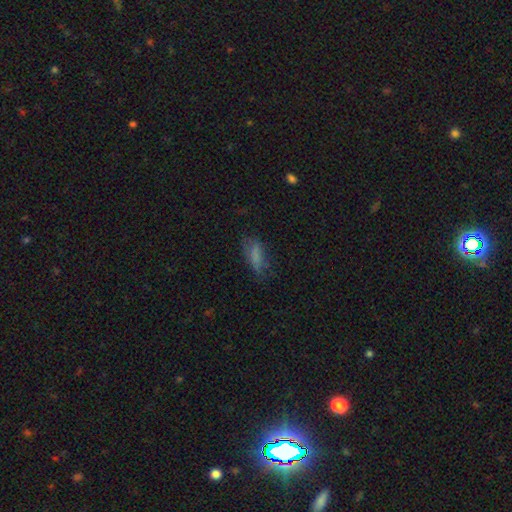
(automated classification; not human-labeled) Overall: smooth (69%). How rounded: in between (68%; cigar-shaped 29%). Merging: none (53%; minor disturbance 27%).